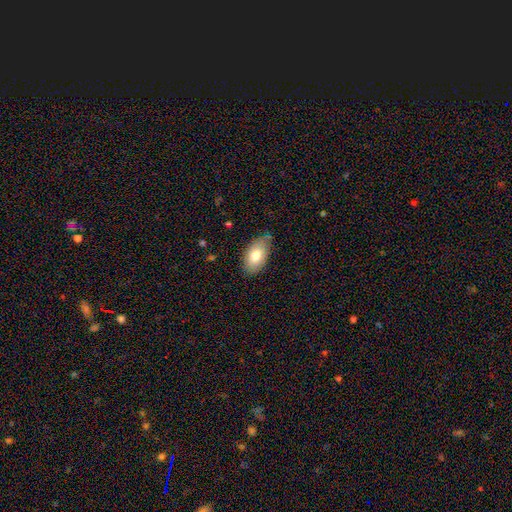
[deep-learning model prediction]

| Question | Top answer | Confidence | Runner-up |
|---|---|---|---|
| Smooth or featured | smooth | 78% | featured or disk (16%) |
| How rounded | in between | 94% | round (4%) |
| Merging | none | 76% | minor disturbance (19%) |